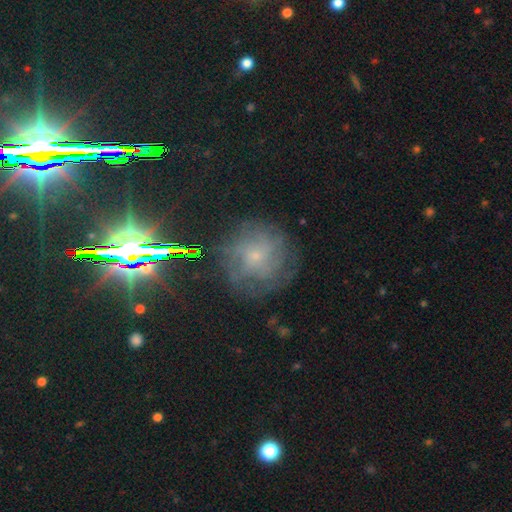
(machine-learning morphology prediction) Smooth or featured?
  - featured or disk: 45% *
  - star or artifact: 28%
  - smooth: 26%
Merging?
  - none: 73% *
  - minor disturbance: 16%
  - major disturbance: 10%
  - merger: 2%